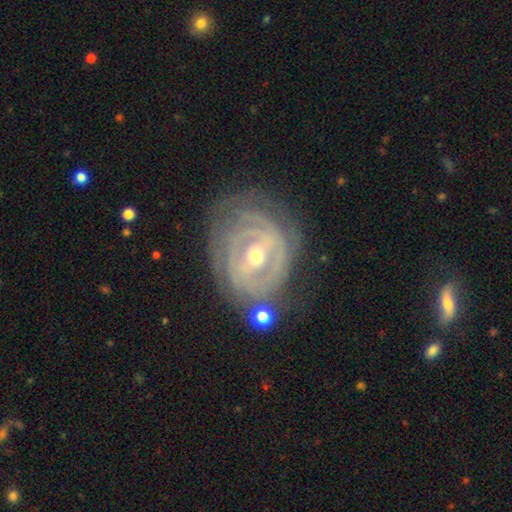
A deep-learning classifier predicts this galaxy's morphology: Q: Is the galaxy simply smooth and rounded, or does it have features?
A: featured or disk — 86%.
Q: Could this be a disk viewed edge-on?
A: no — 96%.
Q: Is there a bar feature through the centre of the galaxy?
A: weak — 45%.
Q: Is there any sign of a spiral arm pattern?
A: yes — 89%.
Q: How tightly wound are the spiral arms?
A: tight — 79%.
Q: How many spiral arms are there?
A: can't tell — 42%.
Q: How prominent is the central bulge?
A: moderate — 55%.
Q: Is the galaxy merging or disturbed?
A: none — 69%.